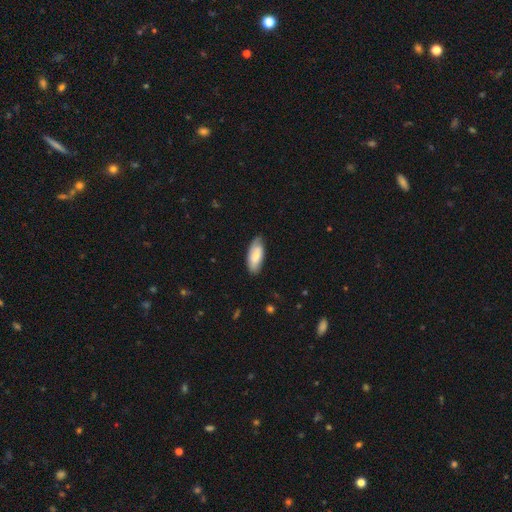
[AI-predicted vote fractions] A smooth galaxy with no disk features (73%) that is in between round and cigar-shaped (83%).

Vote fractions:
- Smooth or featured? smooth: 73% / featured or disk: 21% / star or artifact: 6%
- How rounded? in between: 83% / cigar-shaped: 15% / round: 2%
- Merging? none: 77% / minor disturbance: 18% / major disturbance: 3% / merger: 1%